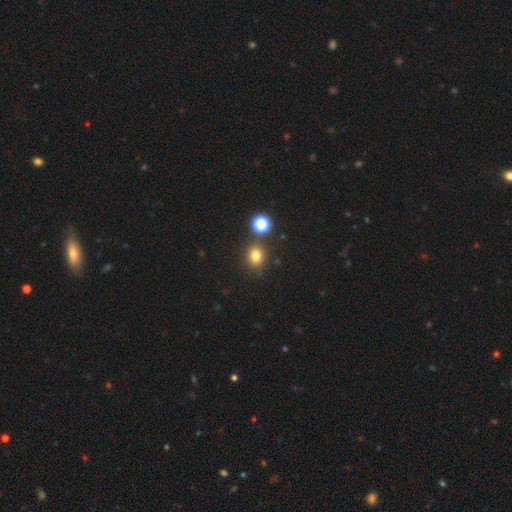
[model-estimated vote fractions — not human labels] smooth-or-featured: smooth: 78% | star or artifact: 16% | featured or disk: 6%
  how-rounded: round: 65% | in between: 34% | cigar-shaped: 1%
  merging: none: 79% | minor disturbance: 10% | merger: 8% | major disturbance: 3%